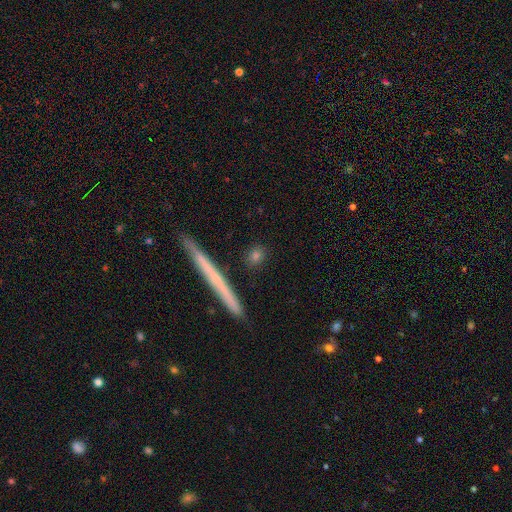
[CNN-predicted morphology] A smooth galaxy with no disk features (75%) that is cigar-shaped (40%).

Vote fractions:
- Smooth or featured? smooth: 75% / featured or disk: 17% / star or artifact: 8%
- How rounded? cigar-shaped: 40% / round: 38% / in between: 22%
- Merging? none: 86% / minor disturbance: 9% / merger: 3% / major disturbance: 2%